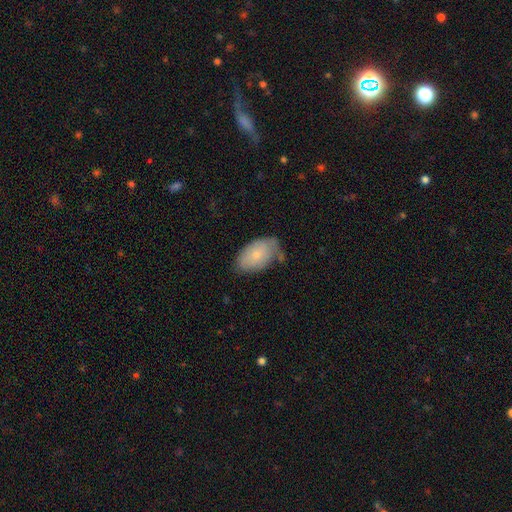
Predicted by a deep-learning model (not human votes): A smooth galaxy with no disk features (74%) that is in between round and cigar-shaped (92%).

Vote fractions:
- Smooth or featured? smooth: 74% / featured or disk: 20% / star or artifact: 6%
- How rounded? in between: 92% / round: 7% / cigar-shaped: 1%
- Merging? none: 53% / minor disturbance: 33% / major disturbance: 9% / merger: 5%